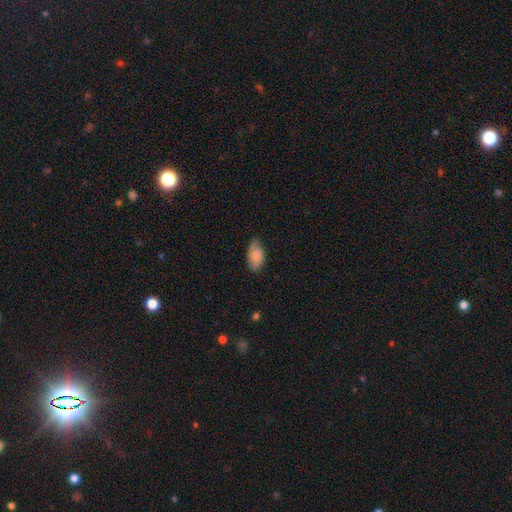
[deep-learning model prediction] Smooth or featured?
  - smooth: 78% *
  - featured or disk: 15%
  - star or artifact: 7%
How rounded?
  - in between: 93% *
  - round: 4%
  - cigar-shaped: 3%
Merging?
  - none: 60% *
  - minor disturbance: 32%
  - major disturbance: 7%
  - merger: 1%